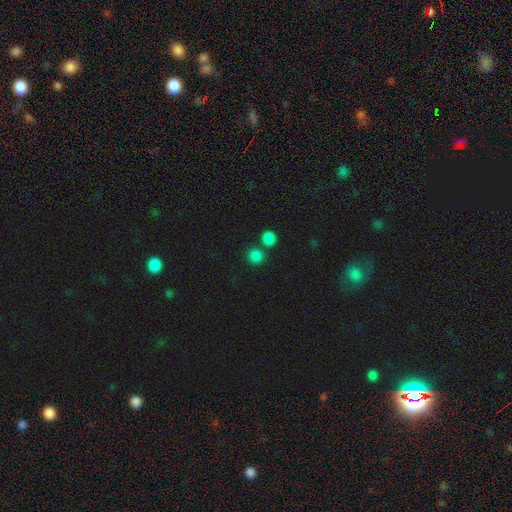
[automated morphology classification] This is clearly a smooth galaxy (83%). How rounded: clearly round (88%). Merging: likely none (68%).